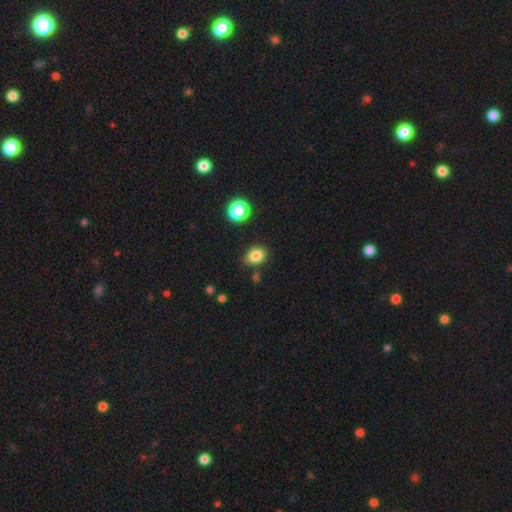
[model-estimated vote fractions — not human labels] Morphology: type=smooth (82%); roundness=round (53%); merging=none (78%).